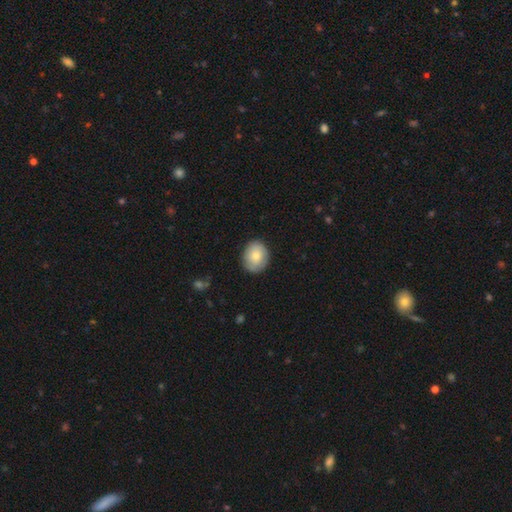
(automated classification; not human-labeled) A smooth galaxy with no disk features (72%) that is round (59%).

Vote fractions:
- Smooth or featured? smooth: 72% / featured or disk: 21% / star or artifact: 7%
- How rounded? round: 59% / in between: 40% / cigar-shaped: 1%
- Merging? none: 81% / minor disturbance: 15% / major disturbance: 3% / merger: 1%